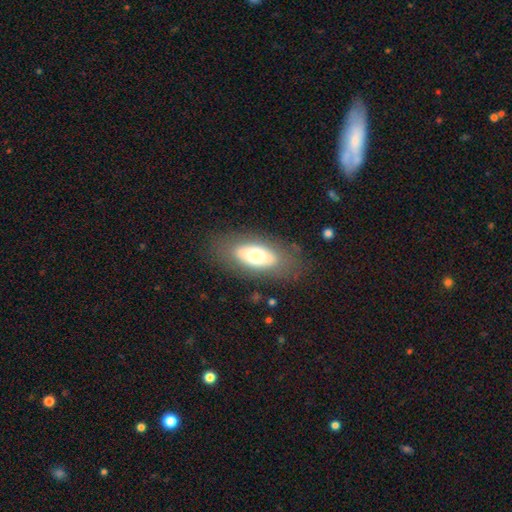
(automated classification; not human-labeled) This is likely a smooth galaxy (60%). How rounded: clearly in between (88%). Merging: likely none (78%).